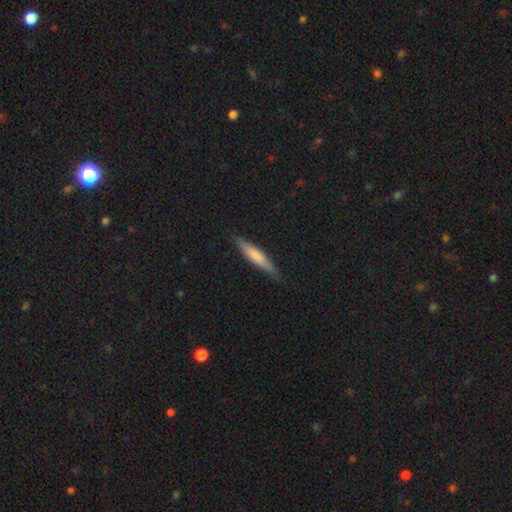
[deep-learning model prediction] Smooth or featured: smooth — 65% (featured or disk — 30%)
How rounded: cigar-shaped — 87% (in between — 12%)
Merging: none — 83% (minor disturbance — 13%)